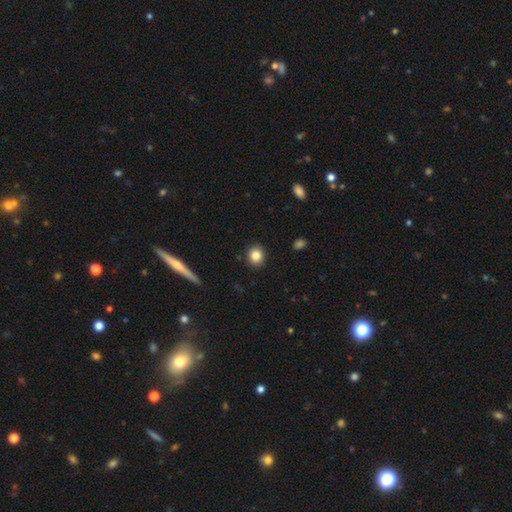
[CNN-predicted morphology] Smooth or featured? smooth (84%)
How rounded? round (82%)
Merging? none (91%)